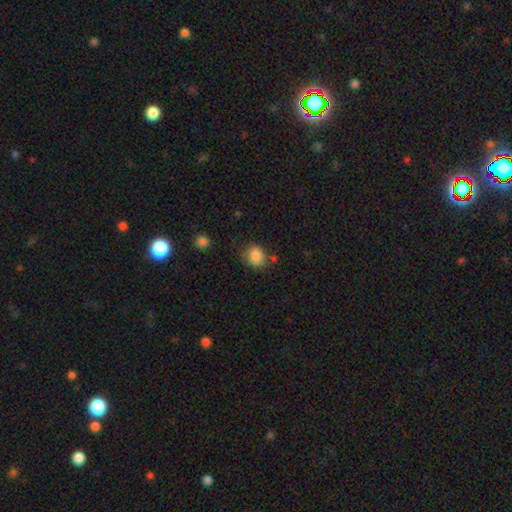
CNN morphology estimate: Q: Smooth or featured?
A: smooth (86%); runner-up: star or artifact (9%)
Q: How rounded?
A: round (65%); runner-up: in between (34%)
Q: Merging?
A: none (69%); runner-up: minor disturbance (20%)